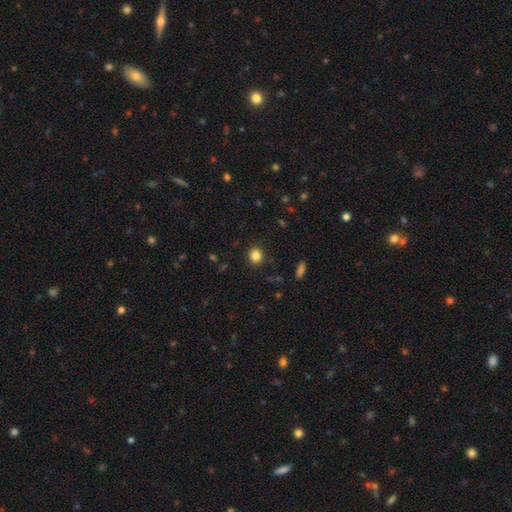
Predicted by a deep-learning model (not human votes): A smooth galaxy with no disk features (84%) that is round (81%).

Vote fractions:
- Smooth or featured? smooth: 84% / star or artifact: 11% / featured or disk: 5%
- How rounded? round: 81% / in between: 18% / cigar-shaped: 1%
- Merging? none: 89% / minor disturbance: 7% / major disturbance: 2% / merger: 1%